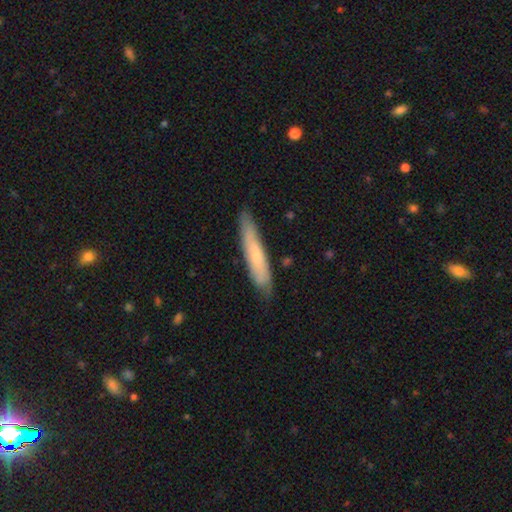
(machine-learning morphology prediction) Q: Smooth or featured?
A: smooth (57%); runner-up: featured or disk (37%)
Q: How rounded?
A: cigar-shaped (89%); runner-up: in between (9%)
Q: Merging?
A: none (79%); runner-up: minor disturbance (17%)